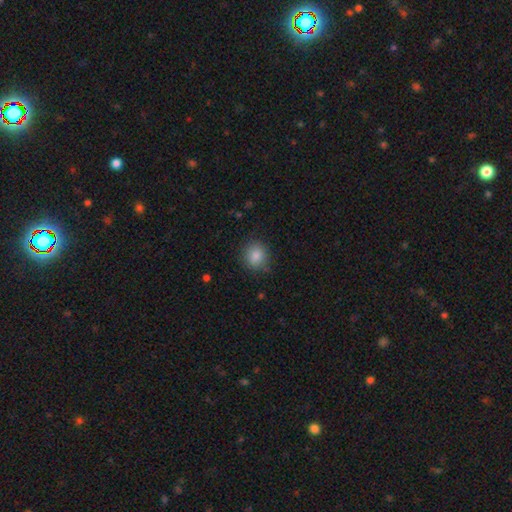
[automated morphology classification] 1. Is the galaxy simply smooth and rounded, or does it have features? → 86% smooth, 10% star or artifact, 5% featured or disk.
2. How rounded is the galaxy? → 79% round, 20% in between, 1% cigar-shaped.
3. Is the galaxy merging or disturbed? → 85% none, 11% minor disturbance, 3% major disturbance, 1% merger.